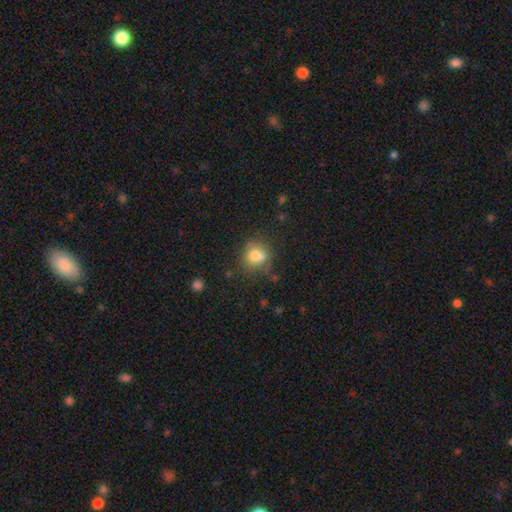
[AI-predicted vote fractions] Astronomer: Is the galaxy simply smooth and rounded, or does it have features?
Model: smooth — 77%.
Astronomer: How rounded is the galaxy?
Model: round — 66%.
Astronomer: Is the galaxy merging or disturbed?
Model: none — 64%.